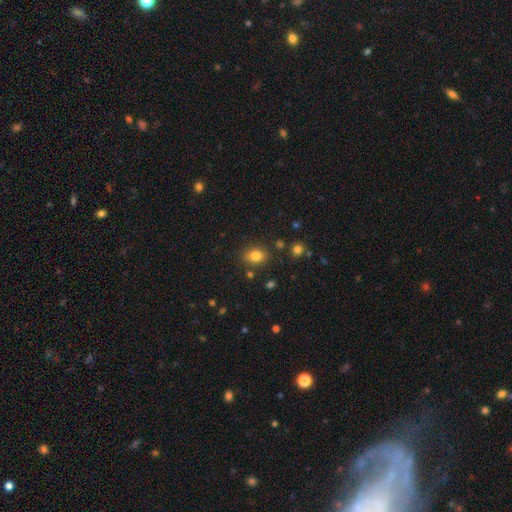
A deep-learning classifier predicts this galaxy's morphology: Smooth or featured: smooth — 81% (star or artifact — 11%)
How rounded: in between — 65% (round — 34%)
Merging: none — 82% (minor disturbance — 11%)